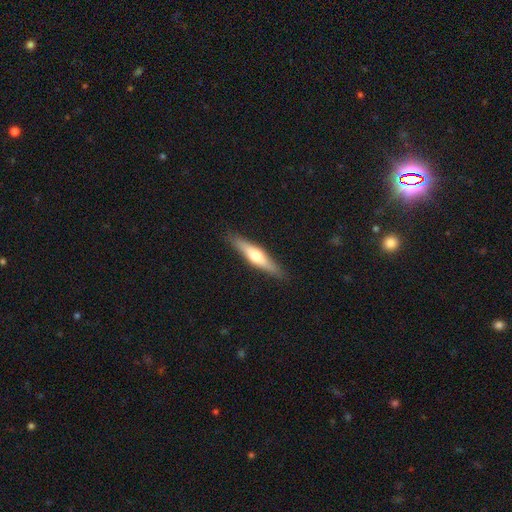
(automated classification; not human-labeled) A featured or disk galaxy (51%) viewed edge-on (92%).

Vote fractions:
- Smooth or featured? featured or disk: 51% / smooth: 44% / star or artifact: 5%
- Edge-on disk? yes: 92% / no: 8%
- Merging? none: 88% / minor disturbance: 9% / major disturbance: 2% / merger: 1%